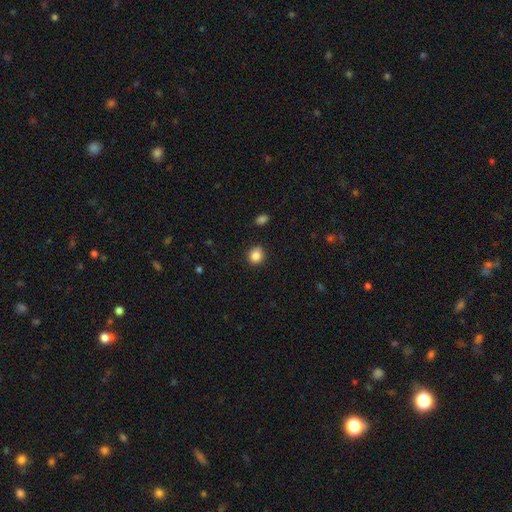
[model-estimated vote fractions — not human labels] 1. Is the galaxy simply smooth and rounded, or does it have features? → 85% smooth, 10% star or artifact, 5% featured or disk.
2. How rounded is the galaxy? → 80% round, 19% in between, 1% cigar-shaped.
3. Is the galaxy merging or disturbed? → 87% none, 9% minor disturbance, 2% major disturbance, 1% merger.